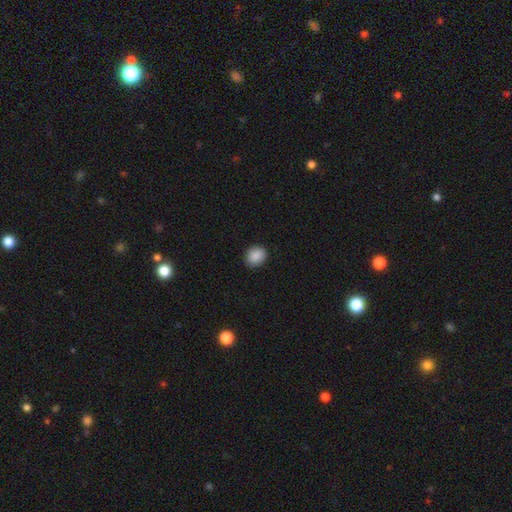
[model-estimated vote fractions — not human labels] Overall: smooth (88%). How rounded: round (66%; in between 33%). Merging: none (89%).